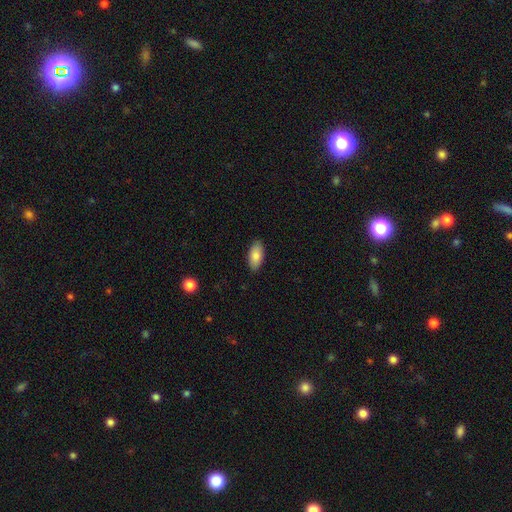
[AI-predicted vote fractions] The model was most divided on "smooth or featured": smooth: 85%, featured or disk: 9%, star or artifact: 6%. More confident: how rounded — in between (91%); merging — none (89%).